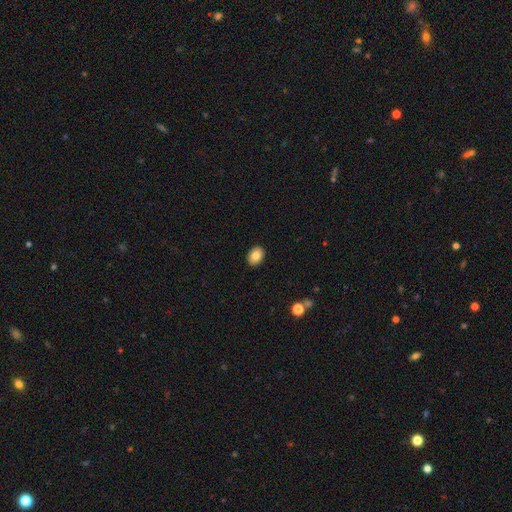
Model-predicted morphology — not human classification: smooth-or-featured: smooth: 83% | featured or disk: 9% | star or artifact: 8%
  how-rounded: in between: 72% | round: 27% | cigar-shaped: 1%
  merging: none: 91% | minor disturbance: 7% | major disturbance: 2% | merger: 1%